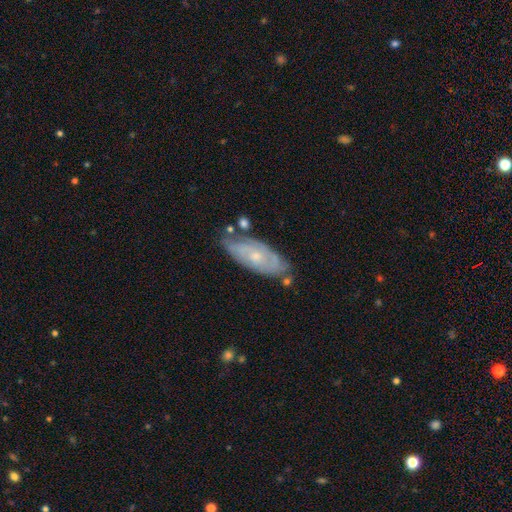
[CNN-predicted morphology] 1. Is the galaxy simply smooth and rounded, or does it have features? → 65% featured or disk, 29% smooth, 7% star or artifact.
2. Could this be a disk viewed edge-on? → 87% no, 13% yes.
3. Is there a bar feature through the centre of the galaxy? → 78% no, 19% weak, 3% strong.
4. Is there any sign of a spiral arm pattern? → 70% yes, 30% no.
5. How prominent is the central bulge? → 60% small, 35% moderate, 2% none, 1% large, 1% dominant.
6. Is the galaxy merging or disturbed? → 65% none, 23% minor disturbance, 6% merger, 6% major disturbance.